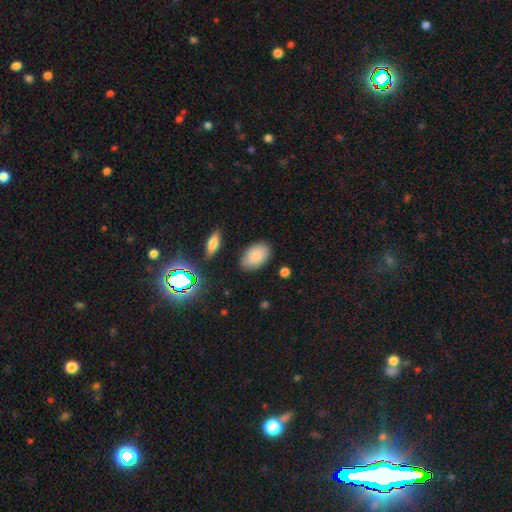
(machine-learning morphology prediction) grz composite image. It shows a smooth galaxy with no disk features (82%) that is in between round and cigar-shaped (91%). Merging: none (84%).